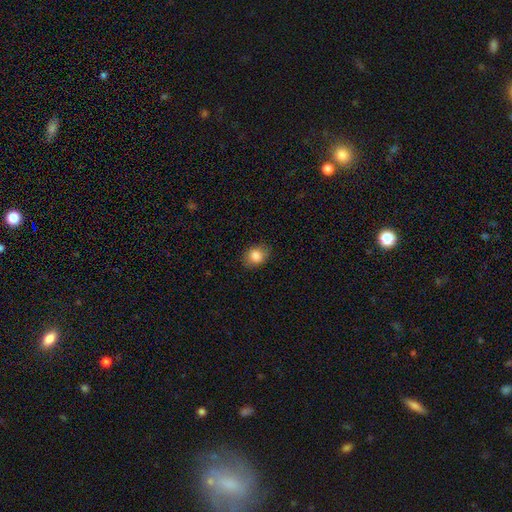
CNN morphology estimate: A smooth galaxy with no disk features (84%) that is in between round and cigar-shaped (54%). Merging: none (81%).